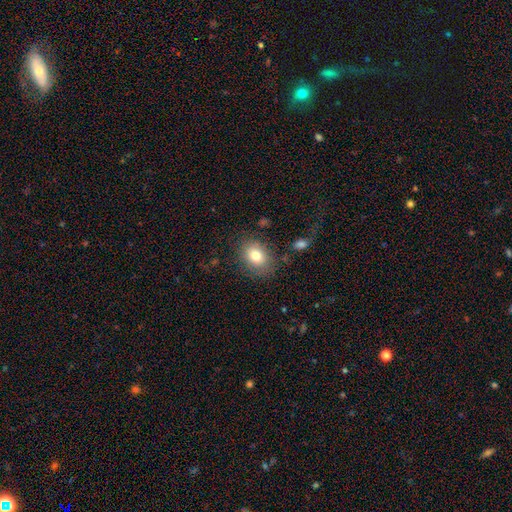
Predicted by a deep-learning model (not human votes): Smooth or featured?
  - smooth: 78% *
  - featured or disk: 12%
  - star or artifact: 10%
How rounded?
  - in between: 64% *
  - round: 35%
  - cigar-shaped: 1%
Merging?
  - none: 79% *
  - minor disturbance: 13%
  - major disturbance: 5%
  - merger: 3%